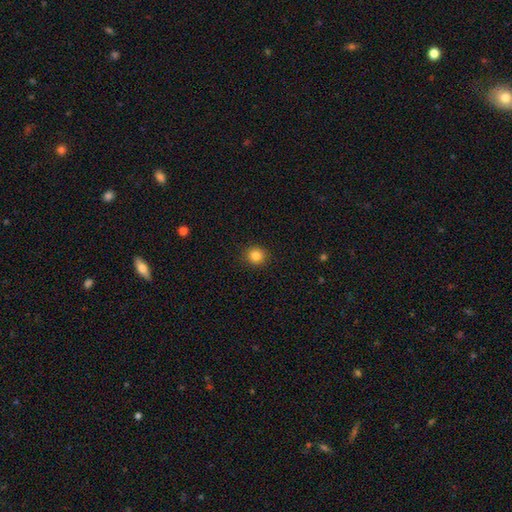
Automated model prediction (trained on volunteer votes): Smooth or featured: smooth — 84% (star or artifact — 11%)
How rounded: round — 91% (in between — 8%)
Merging: none — 92% (minor disturbance — 6%)